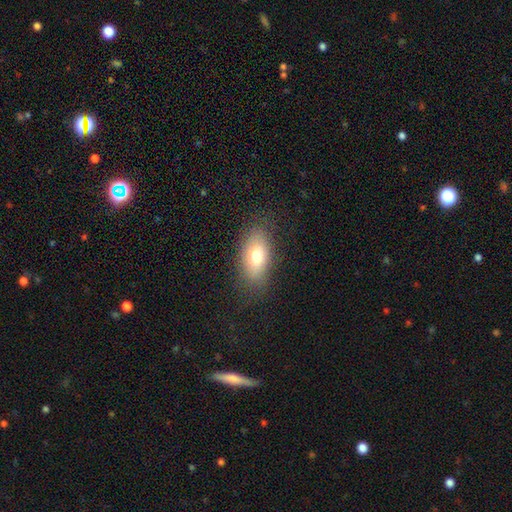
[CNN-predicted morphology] smooth_or_featured: smooth (p=0.72) [alt: featured or disk p=0.18]
how_rounded: in between (p=0.88) [alt: round p=0.08]
merging: none (p=0.80) [alt: minor disturbance p=0.13]